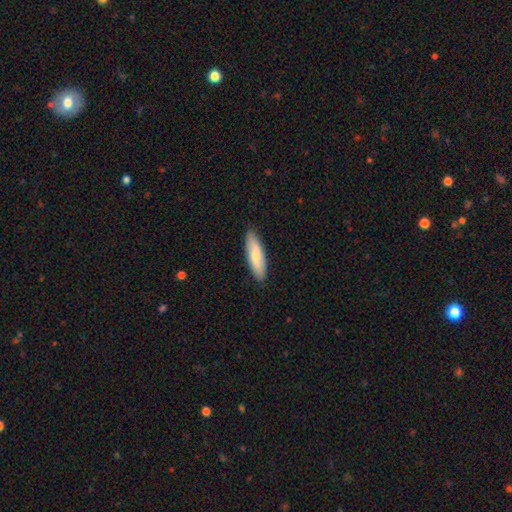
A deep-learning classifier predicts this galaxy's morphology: Smooth or featured: smooth — 75% (featured or disk — 20%)
How rounded: cigar-shaped — 56% (in between — 42%)
Merging: none — 88% (minor disturbance — 9%)